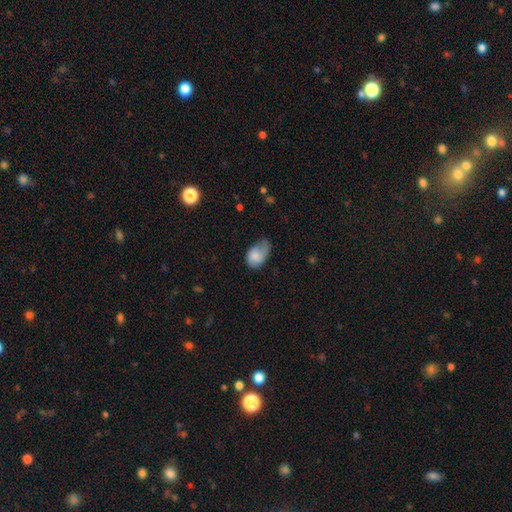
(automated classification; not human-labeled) smooth-or-featured: smooth: 75% | featured or disk: 18% | star or artifact: 7%
  how-rounded: in between: 85% | round: 14% | cigar-shaped: 1%
  merging: minor disturbance: 43% | none: 30% | major disturbance: 24% | merger: 3%